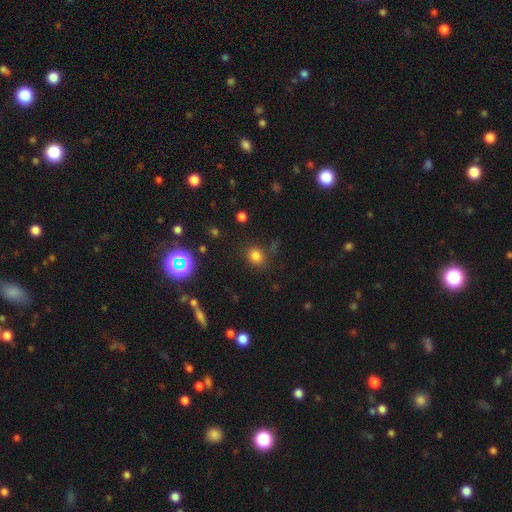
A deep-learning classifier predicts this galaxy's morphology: type=smooth (76%); roundness=round (75%); merging=none (80%).